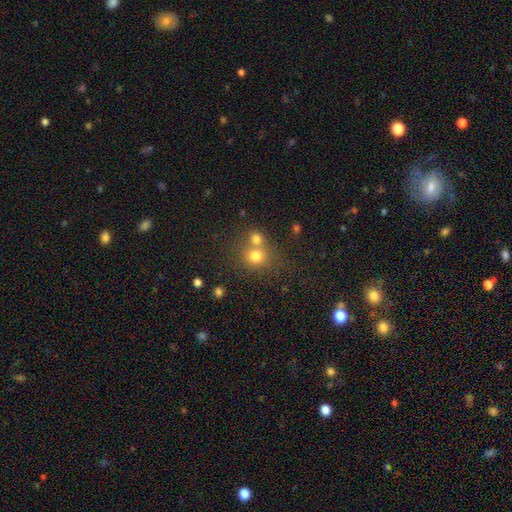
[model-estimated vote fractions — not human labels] Morphology: type=smooth (76%); roundness=round (82%); merging=none (47%).